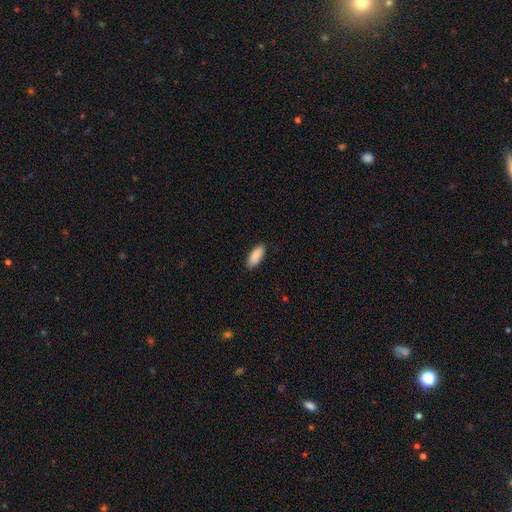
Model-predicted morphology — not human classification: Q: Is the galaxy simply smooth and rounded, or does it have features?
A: smooth — 91%.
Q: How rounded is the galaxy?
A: in between — 86%.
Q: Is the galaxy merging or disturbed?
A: none — 87%.